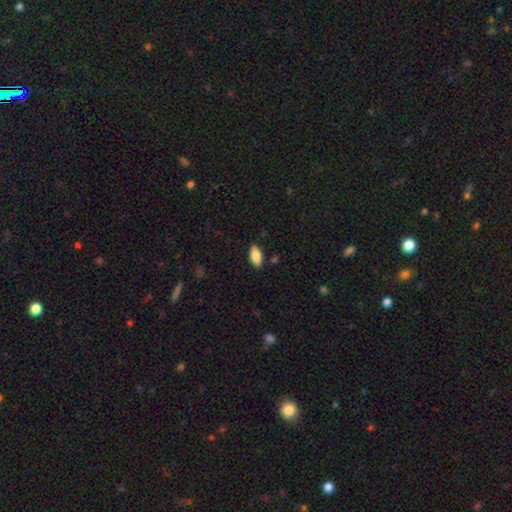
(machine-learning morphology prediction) Overall: smooth (84%). How rounded: in between (89%). Merging: none (87%).